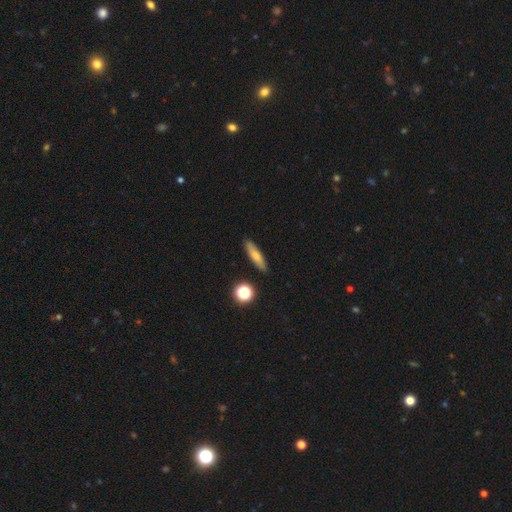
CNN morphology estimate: The model was most divided on "how rounded": cigar-shaped: 72%, in between: 24%, round: 4%. More confident: merging — none (88%); smooth or featured — smooth (70%).